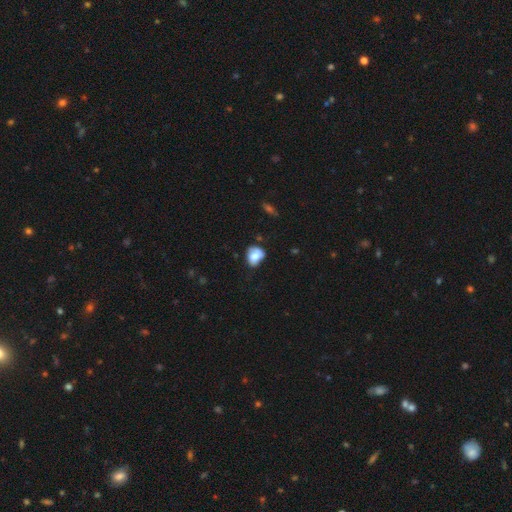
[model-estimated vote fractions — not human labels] smooth 68%, featured or disk 23%, star or artifact 9%. Down the decision tree: how rounded — round (51%); merging — none (45%).